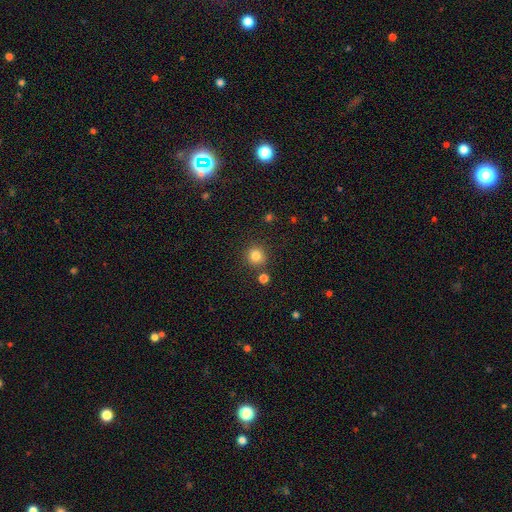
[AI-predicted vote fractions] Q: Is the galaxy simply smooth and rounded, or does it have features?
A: smooth — 82%.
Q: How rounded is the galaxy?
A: round — 92%.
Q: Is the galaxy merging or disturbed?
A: none — 83%.